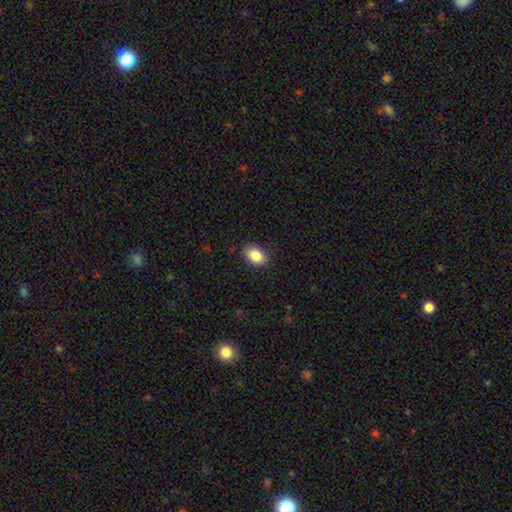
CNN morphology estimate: The model was most divided on "how rounded": in between: 83%, round: 16%, cigar-shaped: 1%. More confident: smooth or featured — smooth (86%); merging — none (86%).